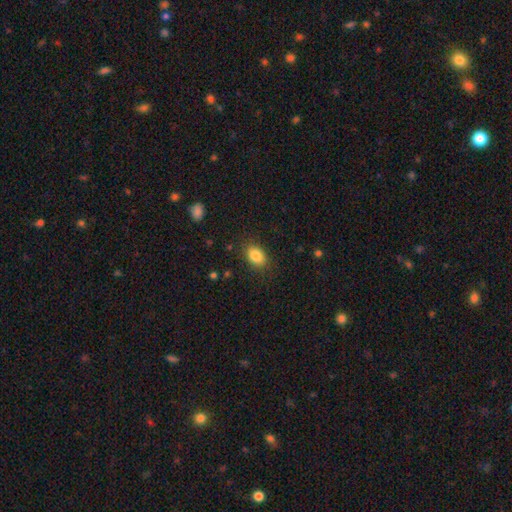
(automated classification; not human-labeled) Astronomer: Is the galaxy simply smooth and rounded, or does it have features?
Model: smooth — 86%.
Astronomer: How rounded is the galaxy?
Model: in between — 82%.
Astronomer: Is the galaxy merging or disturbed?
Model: none — 84%.